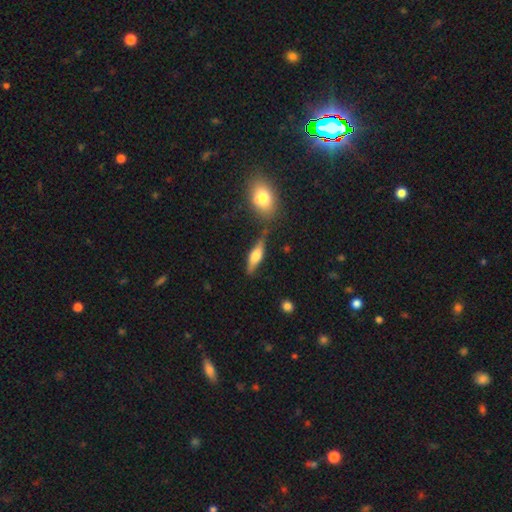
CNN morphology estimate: A featured or disk galaxy (47%).

Vote fractions:
- Smooth or featured? featured or disk: 47% / smooth: 46% / star or artifact: 7%
- Merging? none: 70% / minor disturbance: 16% / merger: 9% / major disturbance: 5%